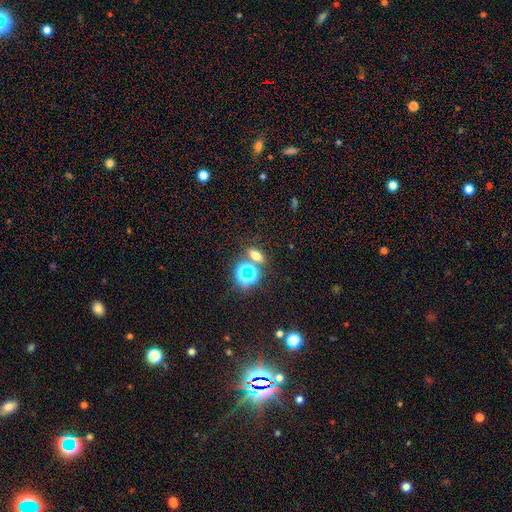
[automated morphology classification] Smooth or featured? smooth (56%)
How rounded? in between (68%)
Merging? none (71%)